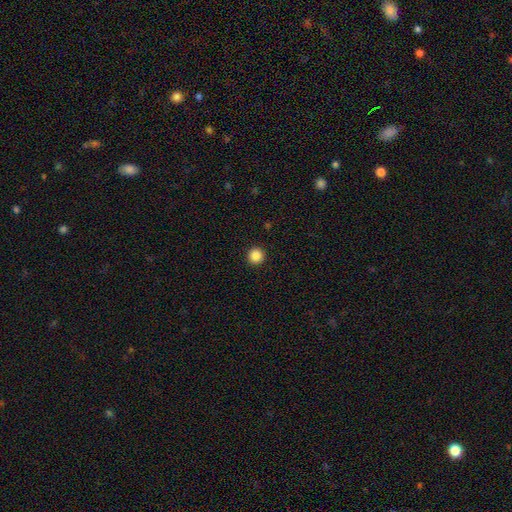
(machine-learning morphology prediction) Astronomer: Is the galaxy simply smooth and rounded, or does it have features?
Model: smooth — 87%.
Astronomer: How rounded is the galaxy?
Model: round — 96%.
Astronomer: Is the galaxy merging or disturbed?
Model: none — 94%.